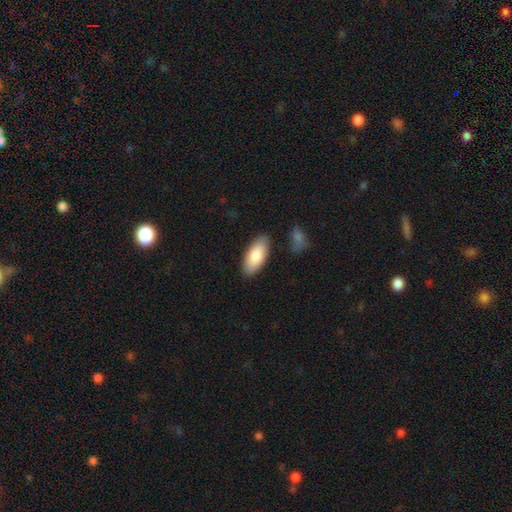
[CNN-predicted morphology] Q: Smooth or featured?
A: smooth (83%); runner-up: featured or disk (12%)
Q: How rounded?
A: in between (88%); runner-up: cigar-shaped (10%)
Q: Merging?
A: none (85%); runner-up: minor disturbance (10%)